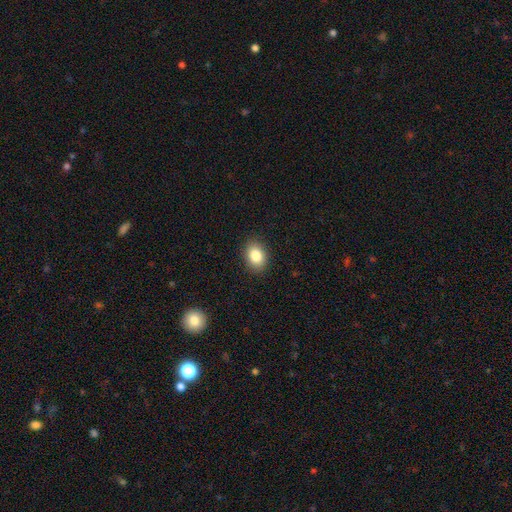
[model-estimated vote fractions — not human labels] The model was most divided on "how rounded": in between: 72%, round: 27%, cigar-shaped: 1%. More confident: merging — none (88%); smooth or featured — smooth (85%).